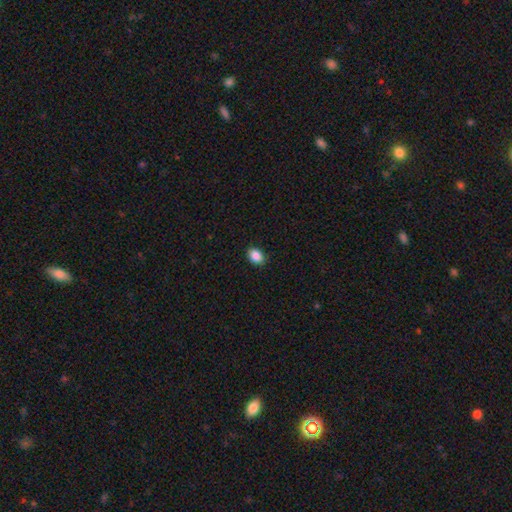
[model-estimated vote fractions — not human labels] A smooth galaxy with no disk features (88%) that is in between round and cigar-shaped (73%).

Vote fractions:
- Smooth or featured? smooth: 88% / star or artifact: 8% / featured or disk: 4%
- How rounded? in between: 73% / round: 26% / cigar-shaped: 1%
- Merging? none: 89% / minor disturbance: 8% / major disturbance: 2% / merger: 1%